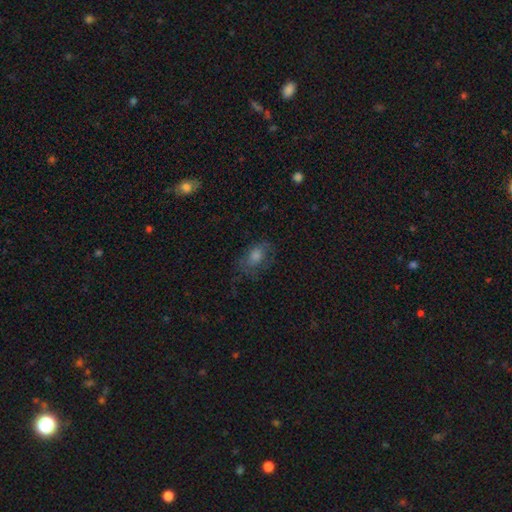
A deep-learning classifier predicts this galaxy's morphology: smooth_or_featured: smooth (p=0.54) [alt: featured or disk p=0.27]
how_rounded: in between (p=0.77) [alt: round p=0.20]
merging: none (p=0.65) [alt: minor disturbance p=0.21]